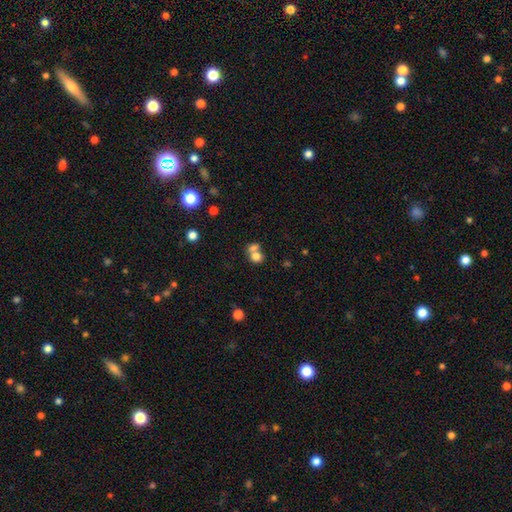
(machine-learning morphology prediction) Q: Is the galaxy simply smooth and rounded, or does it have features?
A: smooth — 74%.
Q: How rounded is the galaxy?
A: round — 66%.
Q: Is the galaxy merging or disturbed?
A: merger — 59%.